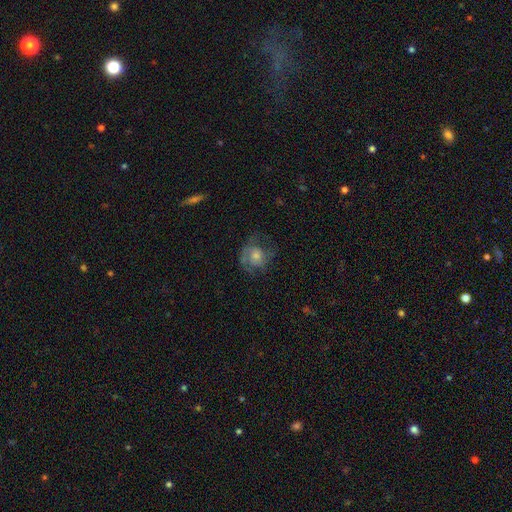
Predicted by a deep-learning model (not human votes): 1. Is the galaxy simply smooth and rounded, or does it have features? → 54% featured or disk, 35% smooth, 11% star or artifact.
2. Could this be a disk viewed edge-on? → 96% no, 4% yes.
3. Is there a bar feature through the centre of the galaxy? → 78% no, 19% weak, 3% strong.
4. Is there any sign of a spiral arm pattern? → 73% yes, 27% no.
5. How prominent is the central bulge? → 49% moderate, 34% small, 10% large, 5% none, 2% dominant.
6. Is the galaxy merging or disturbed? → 58% none, 21% minor disturbance, 19% major disturbance, 1% merger.